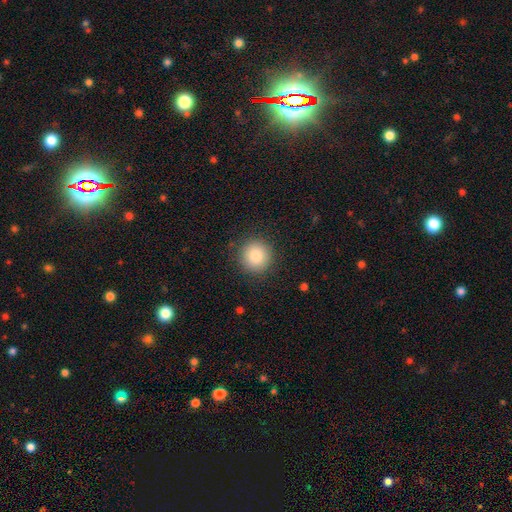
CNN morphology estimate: smooth-or-featured: smooth: 84% | star or artifact: 9% | featured or disk: 6%
  how-rounded: round: 94% | in between: 5% | cigar-shaped: 1%
  merging: none: 89% | minor disturbance: 7% | major disturbance: 2% | merger: 1%